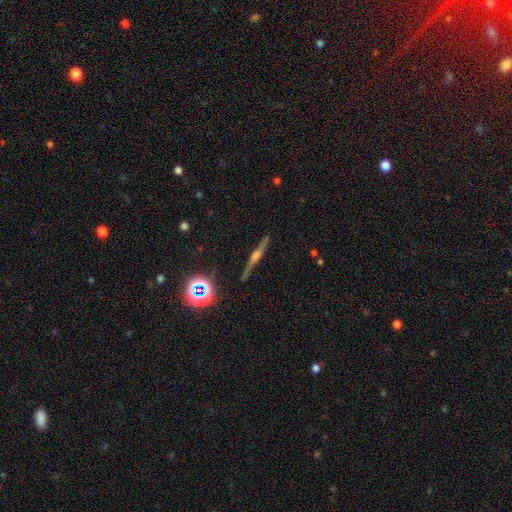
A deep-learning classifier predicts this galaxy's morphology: smooth_or_featured: featured or disk (p=0.73) [alt: smooth p=0.14]
disk_edge_on: yes (p=0.97) [alt: no p=0.03]
edge_on_bulge: rounded (p=0.78) [alt: boxy p=0.13]
merging: none (p=0.88) [alt: minor disturbance p=0.08]